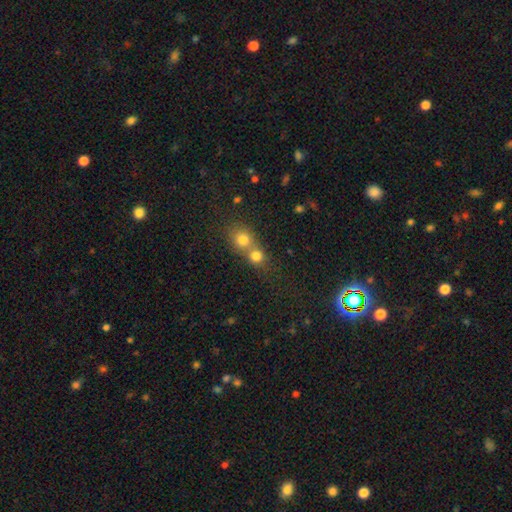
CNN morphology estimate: Smooth or featured? Predicted: smooth (p=0.75). How rounded? Predicted: round (p=0.84). Merging? Predicted: merger (p=0.58).